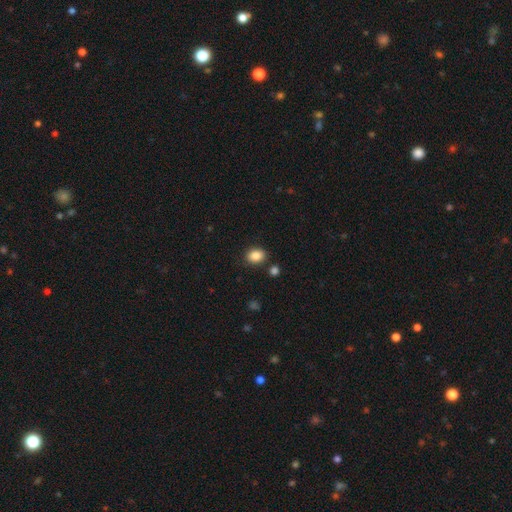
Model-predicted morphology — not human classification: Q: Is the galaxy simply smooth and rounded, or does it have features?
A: smooth — 87%.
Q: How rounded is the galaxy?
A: in between — 61%.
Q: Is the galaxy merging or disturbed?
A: none — 84%.